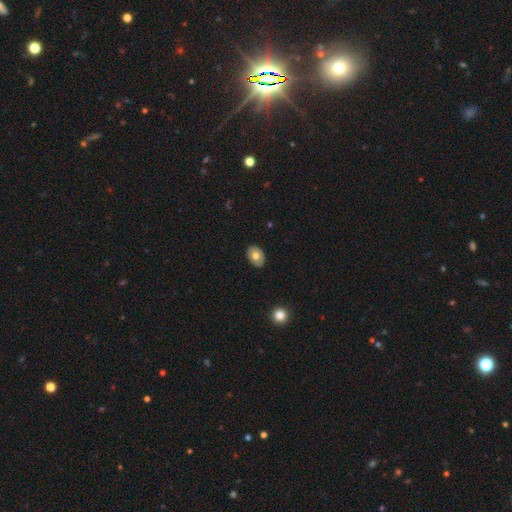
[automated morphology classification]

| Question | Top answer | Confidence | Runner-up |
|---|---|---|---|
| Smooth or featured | smooth | 67% | featured or disk (26%) |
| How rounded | in between | 75% | round (24%) |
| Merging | none | 87% | minor disturbance (10%) |